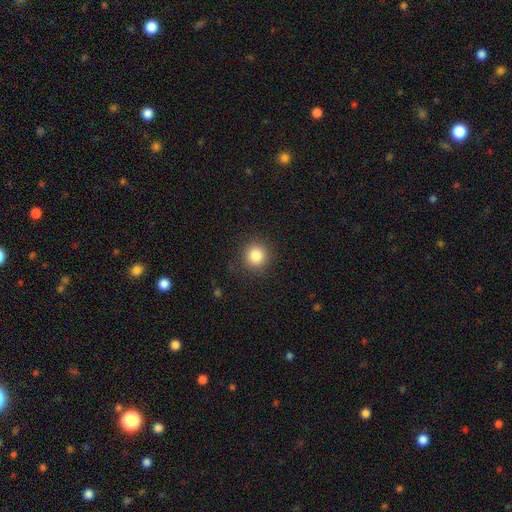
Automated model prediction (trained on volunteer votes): The model was most divided on "smooth or featured": smooth: 84%, star or artifact: 11%, featured or disk: 5%. More confident: how rounded — round (93%); merging — none (90%).